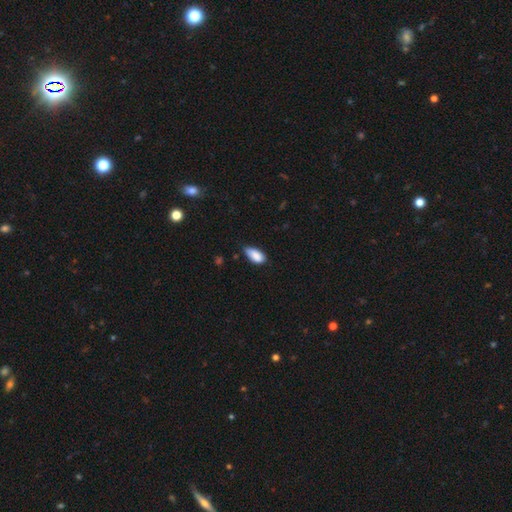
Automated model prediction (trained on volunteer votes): The model was most divided on "merging": none: 53%, minor disturbance: 40%, major disturbance: 5%, merger: 2%. More confident: how rounded — in between (91%); smooth or featured — smooth (87%).